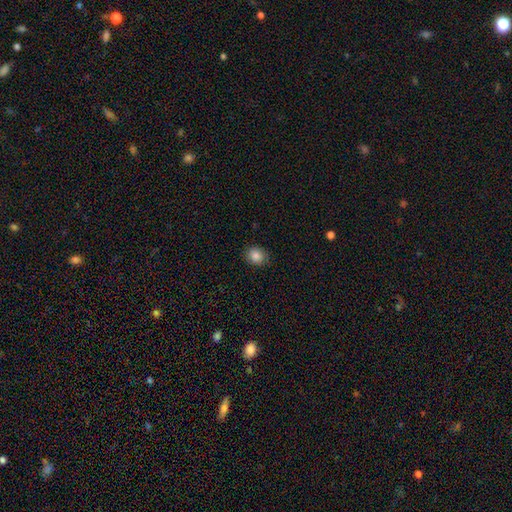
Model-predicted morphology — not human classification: The model was most divided on "how rounded": round: 73%, in between: 26%, cigar-shaped: 1%. More confident: merging — none (88%); smooth or featured — smooth (85%).